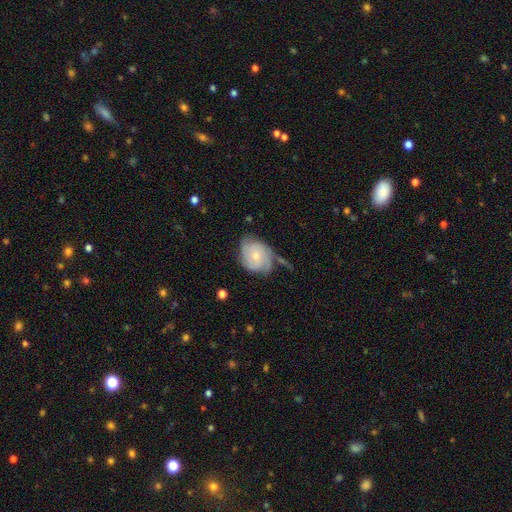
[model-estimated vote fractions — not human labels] smooth_or_featured: featured or disk (p=0.60) [alt: smooth p=0.33]
disk_edge_on: no (p=0.97) [alt: yes p=0.03]
bar: no (p=0.73) [alt: weak p=0.23]
has_spiral_arms: yes (p=0.85) [alt: no p=0.15]
bulge_size: small (p=0.54) [alt: moderate p=0.42]
merging: none (p=0.49) [alt: minor disturbance p=0.30]